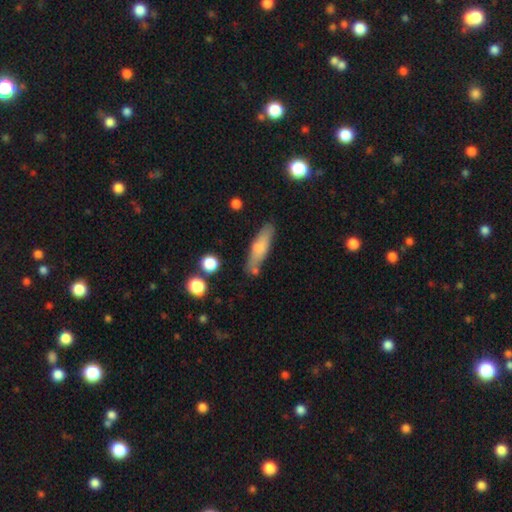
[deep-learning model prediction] Smooth or featured?
  - smooth: 68% *
  - featured or disk: 26%
  - star or artifact: 6%
How rounded?
  - cigar-shaped: 66% *
  - in between: 32%
  - round: 2%
Merging?
  - none: 73% *
  - minor disturbance: 17%
  - merger: 7%
  - major disturbance: 4%